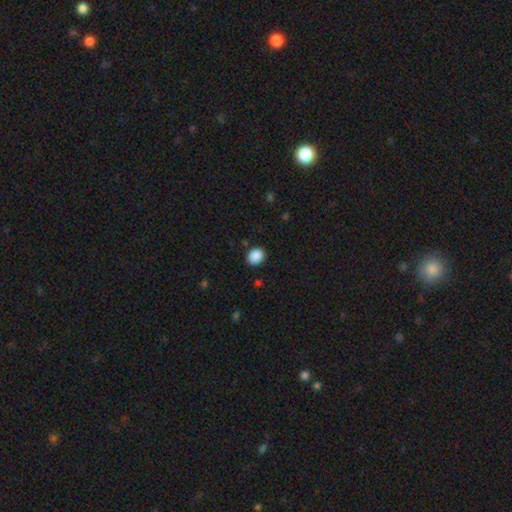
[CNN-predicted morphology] Smooth or featured? smooth (89%)
How rounded? round (56%)
Merging? none (88%)